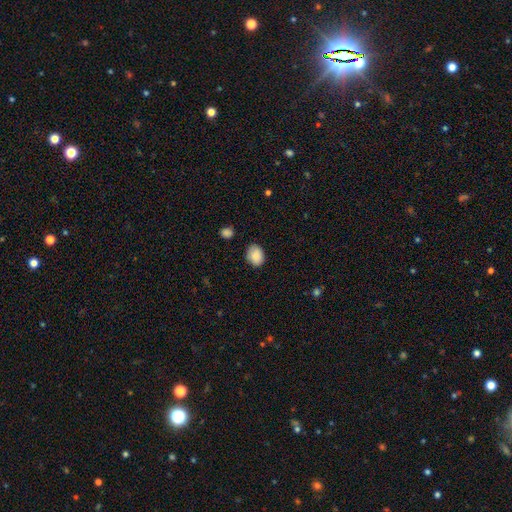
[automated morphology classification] type=smooth (89%); roundness=in between (63%); merging=none (80%).